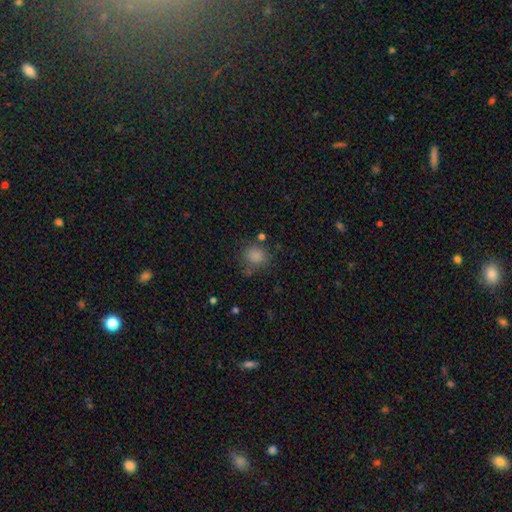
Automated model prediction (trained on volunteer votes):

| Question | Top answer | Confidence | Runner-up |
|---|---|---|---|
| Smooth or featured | smooth | 83% | star or artifact (12%) |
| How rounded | round | 75% | in between (24%) |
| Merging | none | 73% | minor disturbance (15%) |